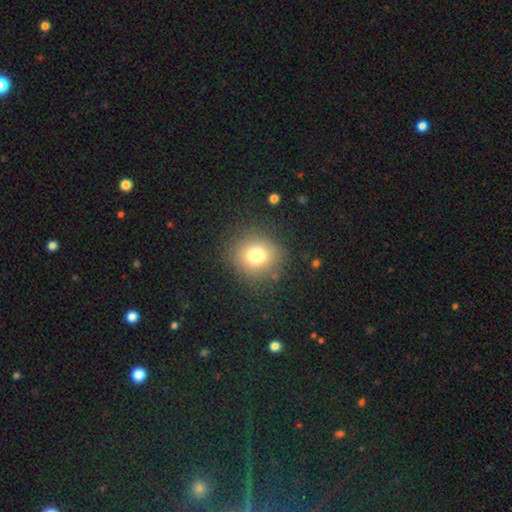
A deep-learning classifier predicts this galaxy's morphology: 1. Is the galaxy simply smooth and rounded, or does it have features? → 76% smooth, 15% star or artifact, 10% featured or disk.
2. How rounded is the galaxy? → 89% round, 10% in between, 1% cigar-shaped.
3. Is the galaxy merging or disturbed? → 87% none, 8% minor disturbance, 3% major disturbance, 1% merger.